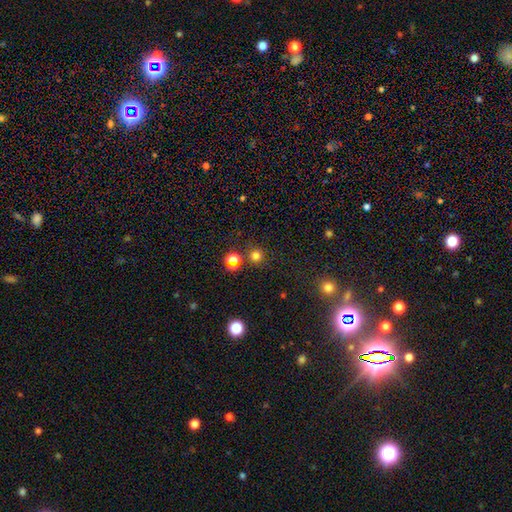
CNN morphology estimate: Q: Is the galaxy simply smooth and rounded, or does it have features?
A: smooth — 73%.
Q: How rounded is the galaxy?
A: round — 92%.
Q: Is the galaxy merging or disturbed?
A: none — 78%.